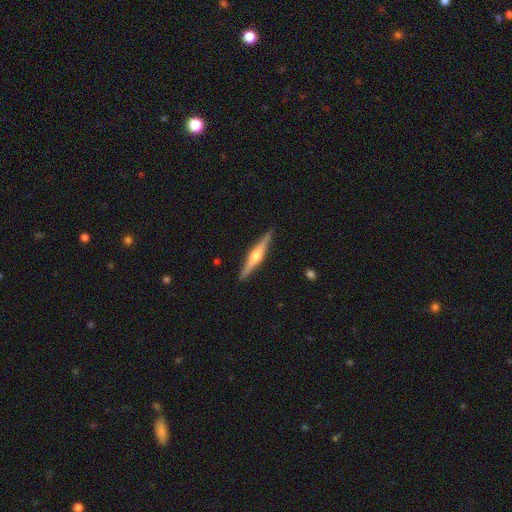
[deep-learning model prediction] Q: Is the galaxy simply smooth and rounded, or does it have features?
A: featured or disk — 75%.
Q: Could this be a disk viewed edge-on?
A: yes — 98%.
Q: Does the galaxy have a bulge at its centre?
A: rounded — 93%.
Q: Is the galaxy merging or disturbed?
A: none — 91%.